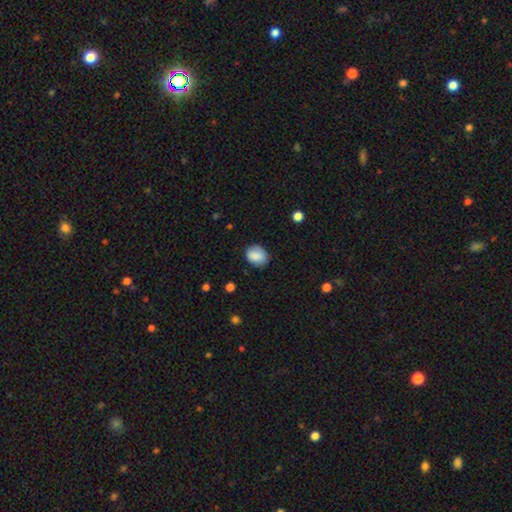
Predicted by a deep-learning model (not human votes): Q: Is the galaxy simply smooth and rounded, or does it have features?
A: smooth — 86%.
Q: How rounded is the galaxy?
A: in between — 56%.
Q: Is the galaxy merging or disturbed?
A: none — 76%.